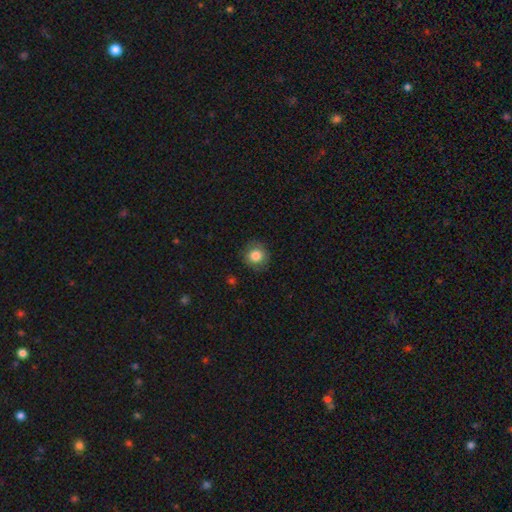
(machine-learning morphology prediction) Smooth or featured?
  - smooth: 82% *
  - star or artifact: 9%
  - featured or disk: 9%
How rounded?
  - round: 89% *
  - in between: 10%
  - cigar-shaped: 1%
Merging?
  - none: 86% *
  - minor disturbance: 10%
  - major disturbance: 3%
  - merger: 1%